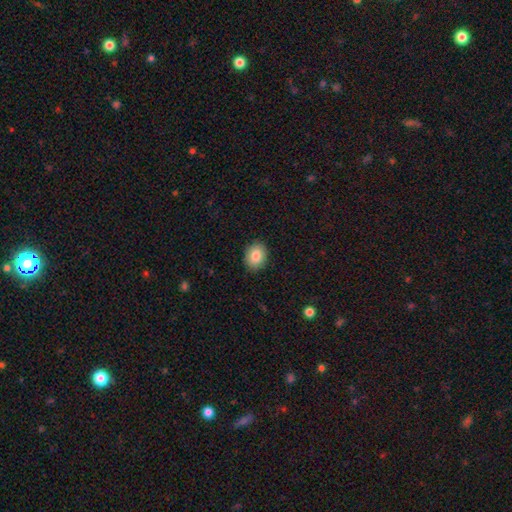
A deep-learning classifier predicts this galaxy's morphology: Smooth or featured: smooth — 85% (star or artifact — 8%)
How rounded: in between — 56% (round — 43%)
Merging: none — 90% (minor disturbance — 7%)